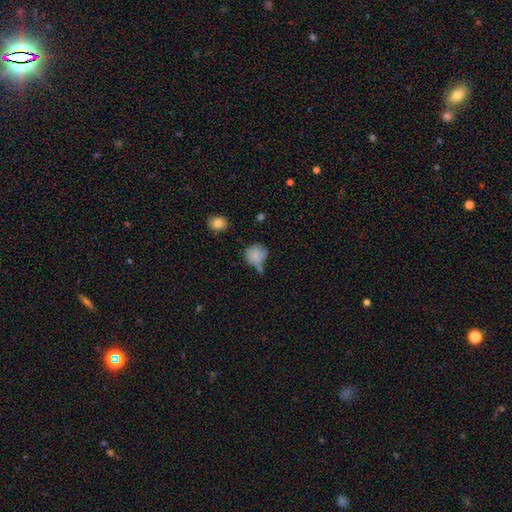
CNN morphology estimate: Smooth or featured? Predicted: smooth (p=0.76). How rounded? Predicted: round (p=0.80). Merging? Predicted: none (p=0.42).